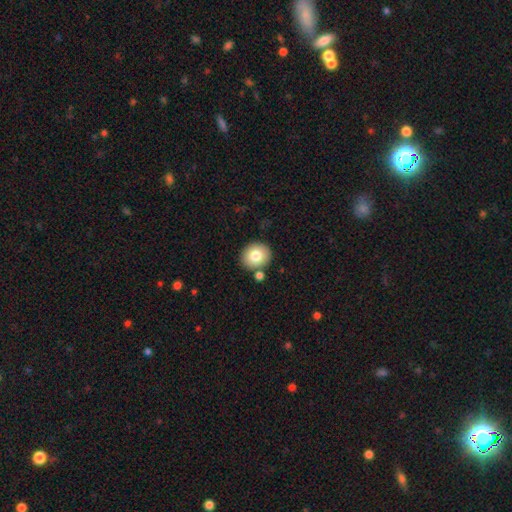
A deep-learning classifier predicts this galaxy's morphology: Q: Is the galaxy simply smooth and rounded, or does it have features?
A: smooth — 79%.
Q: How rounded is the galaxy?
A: round — 76%.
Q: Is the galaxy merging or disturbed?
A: none — 82%.